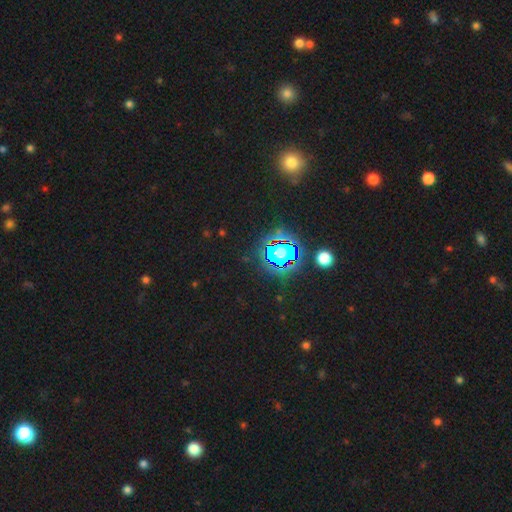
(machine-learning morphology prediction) Smooth or featured? Predicted: star or artifact (p=0.80).